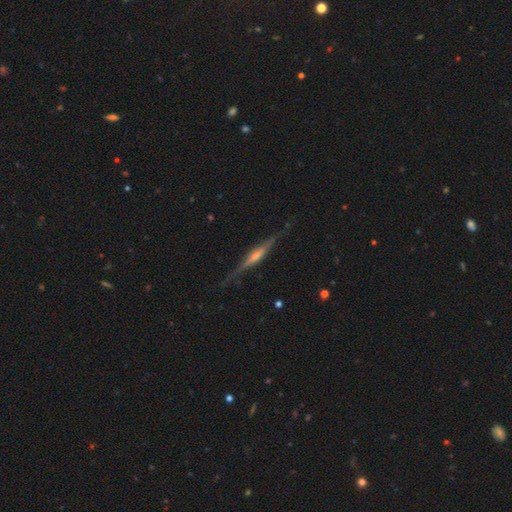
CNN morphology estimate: smooth-or-featured: featured or disk: 80% | smooth: 14% | star or artifact: 6%
  disk-edge-on: yes: 97% | no: 3%
    edge-on-bulge: rounded: 60% | boxy: 25% | none: 16%
  merging: none: 83% | minor disturbance: 12% | major disturbance: 3% | merger: 1%